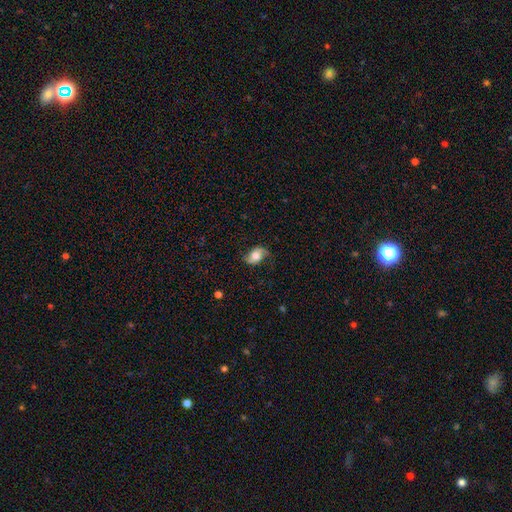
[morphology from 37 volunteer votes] Q: Smooth or featured?
A: smooth (59%); runner-up: featured or disk (35%)
Q: How rounded?
A: in between (91%); runner-up: round (9%)
Q: Merging?
A: none (74%); runner-up: minor disturbance (20%)